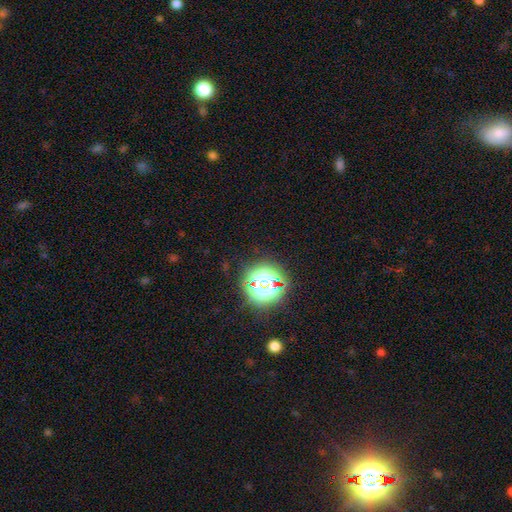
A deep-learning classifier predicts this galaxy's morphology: Smooth or featured: star or artifact — 80% (smooth — 13%)